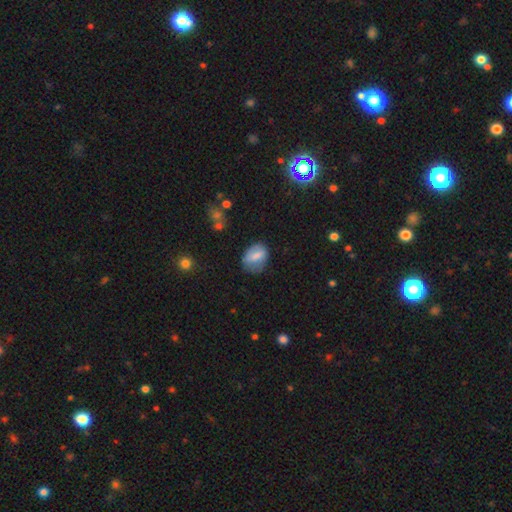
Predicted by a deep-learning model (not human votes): A smooth galaxy with no disk features (71%) that is in between round and cigar-shaped (76%).

Vote fractions:
- Smooth or featured? smooth: 71% / featured or disk: 21% / star or artifact: 8%
- How rounded? in between: 76% / round: 22% / cigar-shaped: 2%
- Merging? none: 62% / minor disturbance: 27% / major disturbance: 9% / merger: 2%